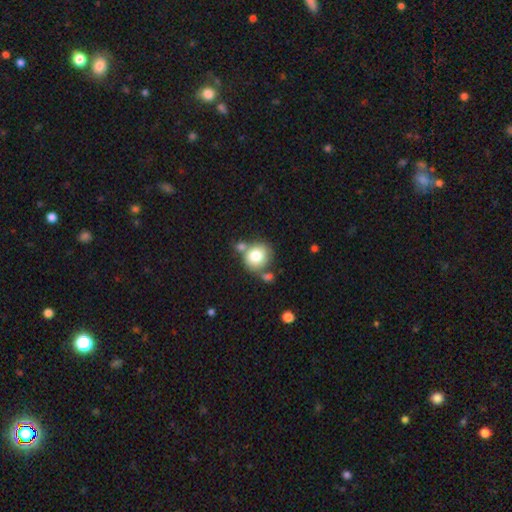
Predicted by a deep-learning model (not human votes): This appears to be a smooth galaxy with no disk features (78%) that is round (82%). Merging: none (56%).